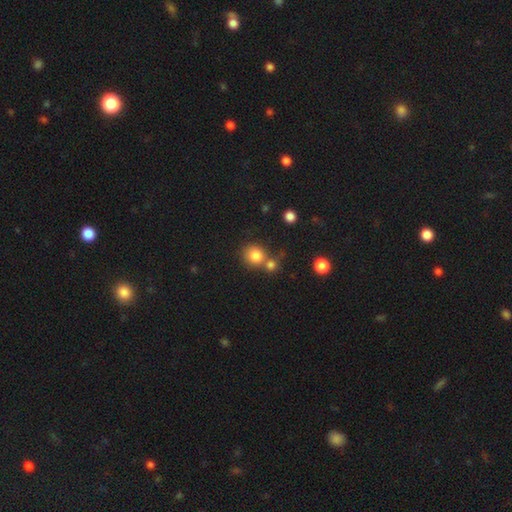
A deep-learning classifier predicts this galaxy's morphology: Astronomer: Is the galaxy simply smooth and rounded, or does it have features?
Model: smooth — 82%.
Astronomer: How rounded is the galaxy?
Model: round — 86%.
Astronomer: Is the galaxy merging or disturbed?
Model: none — 58%.